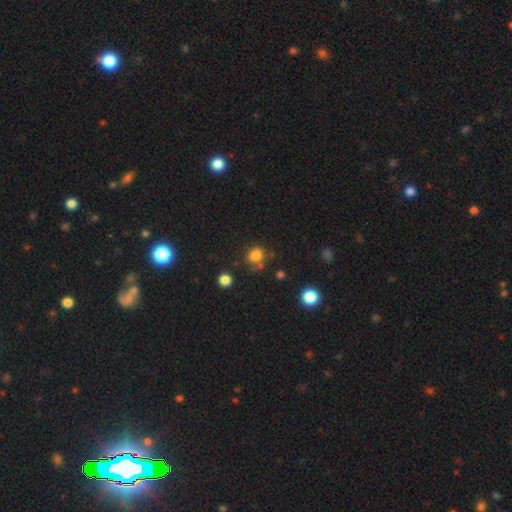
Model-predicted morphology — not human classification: Smooth or featured?
  - smooth: 79% *
  - star or artifact: 15%
  - featured or disk: 6%
How rounded?
  - round: 71% *
  - in between: 28%
  - cigar-shaped: 1%
Merging?
  - none: 66% *
  - minor disturbance: 18%
  - merger: 9%
  - major disturbance: 6%